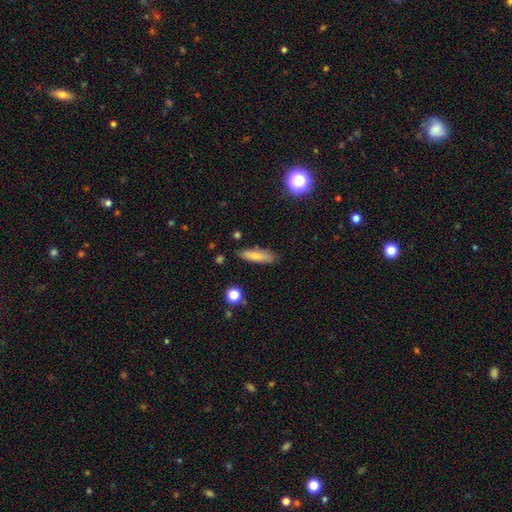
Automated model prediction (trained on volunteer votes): This appears to be a smooth galaxy with no disk features (78%) that is cigar-shaped (65%). Merging: none (83%).